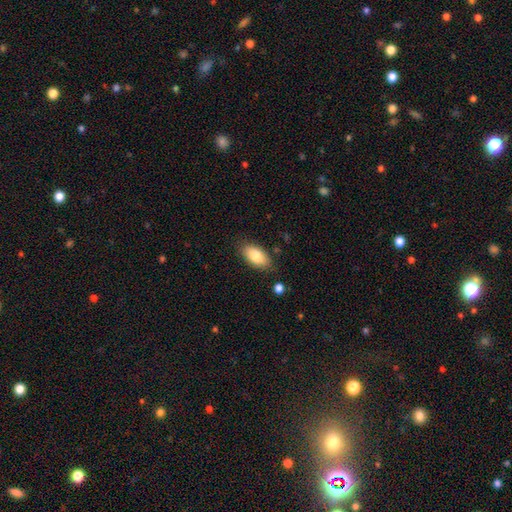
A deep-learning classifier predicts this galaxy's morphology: A smooth galaxy with no disk features (82%) that is in between round and cigar-shaped (92%). Merging: none (82%).